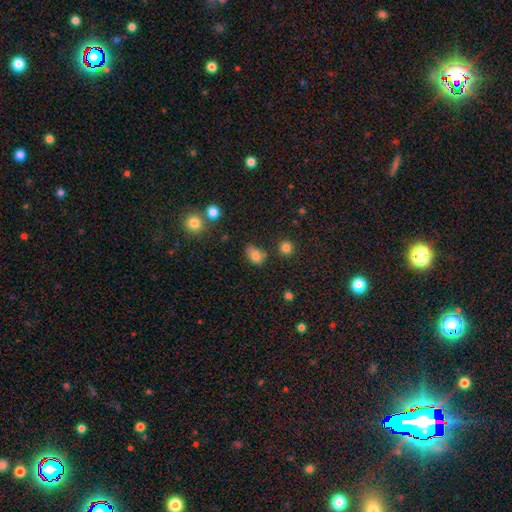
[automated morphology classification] A smooth galaxy with no disk features (80%) that is in between round and cigar-shaped (77%).

Vote fractions:
- Smooth or featured? smooth: 80% / star or artifact: 12% / featured or disk: 8%
- How rounded? in between: 77% / round: 21% / cigar-shaped: 2%
- Merging? none: 61% / minor disturbance: 26% / merger: 7% / major disturbance: 7%